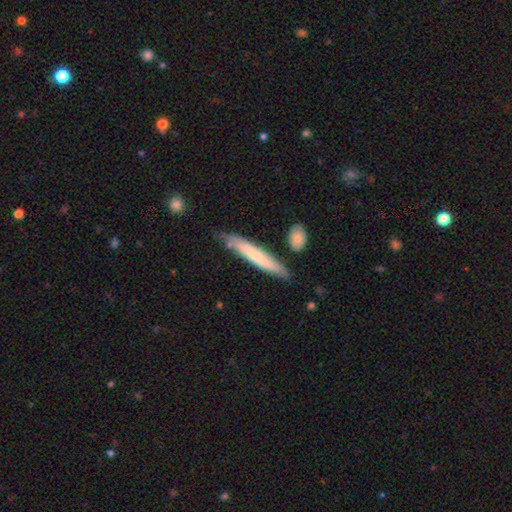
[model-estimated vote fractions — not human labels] Morphology: type=smooth (58%); roundness=cigar-shaped (93%); merging=none (75%).